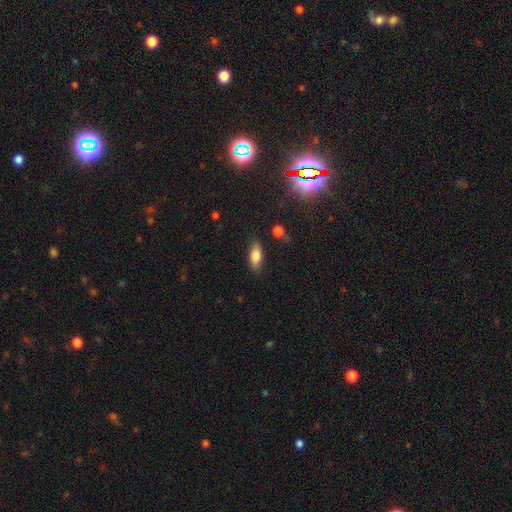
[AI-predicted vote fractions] Smooth or featured?
  - smooth: 76% *
  - featured or disk: 16%
  - star or artifact: 8%
How rounded?
  - in between: 79% *
  - cigar-shaped: 18%
  - round: 4%
Merging?
  - none: 82% *
  - minor disturbance: 13%
  - major disturbance: 3%
  - merger: 2%